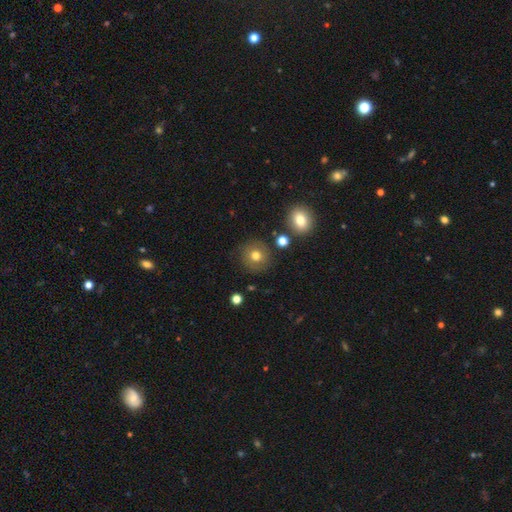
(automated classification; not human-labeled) This is likely a smooth galaxy (74%). How rounded: clearly round (91%). Merging: clearly none (85%).